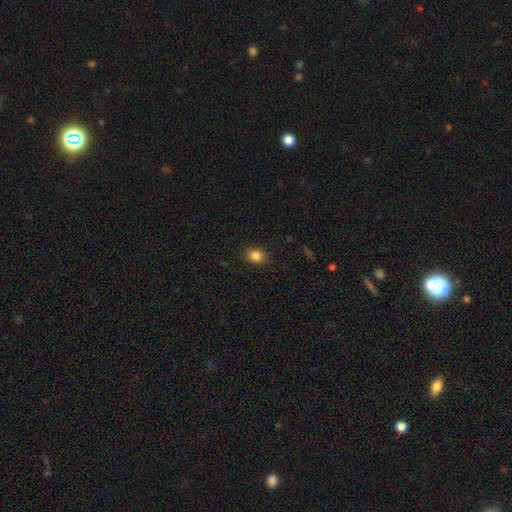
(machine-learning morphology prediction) Q: Smooth or featured?
A: smooth (85%); runner-up: star or artifact (11%)
Q: How rounded?
A: in between (54%); runner-up: round (45%)
Q: Merging?
A: none (88%); runner-up: minor disturbance (8%)